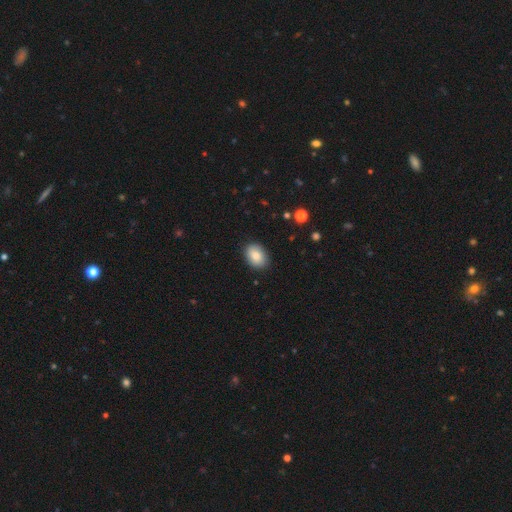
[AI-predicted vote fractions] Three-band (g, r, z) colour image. It shows a smooth galaxy with no disk features (85%) that is in between round and cigar-shaped (76%). Merging: none (88%).